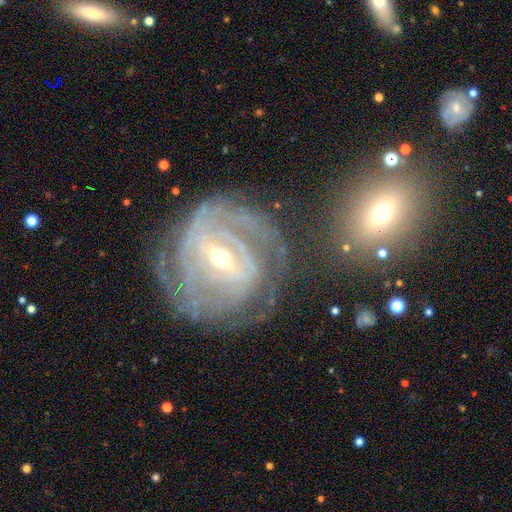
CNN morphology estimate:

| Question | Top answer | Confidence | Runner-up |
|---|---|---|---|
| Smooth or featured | featured or disk | 89% | star or artifact (6%) |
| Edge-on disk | no | 95% | yes (5%) |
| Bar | strong | 55% | weak (35%) |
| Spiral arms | yes | 95% | no (5%) |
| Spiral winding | tight | 75% | medium (21%) |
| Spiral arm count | can't tell | 28% | 3 (24%) |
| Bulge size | small | 49% | moderate (47%) |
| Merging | none | 70% | minor disturbance (16%) |